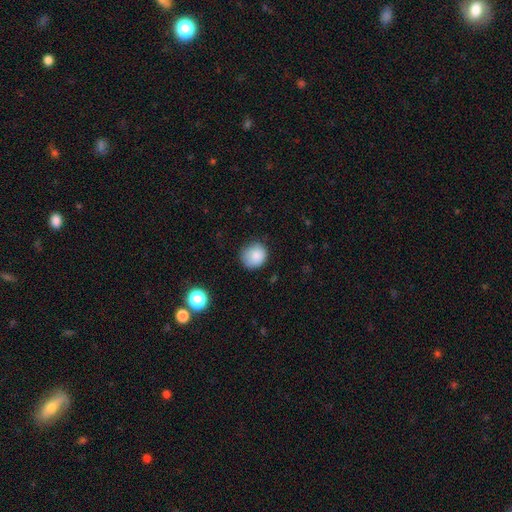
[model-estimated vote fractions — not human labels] A smooth galaxy with no disk features (85%) that is round (83%). Merging: none (77%).